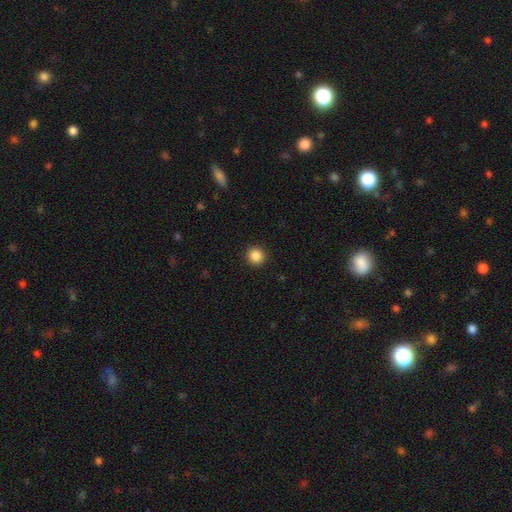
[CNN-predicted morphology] type=smooth (86%); roundness=round (93%); merging=none (92%).